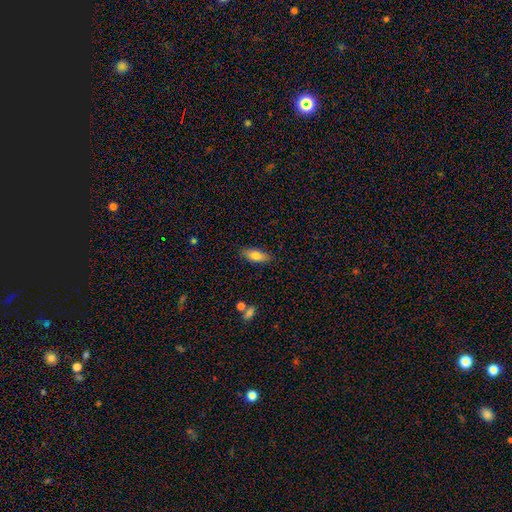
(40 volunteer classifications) Morphology: type=smooth (85%); roundness=in between (65%); merging=none (74%).